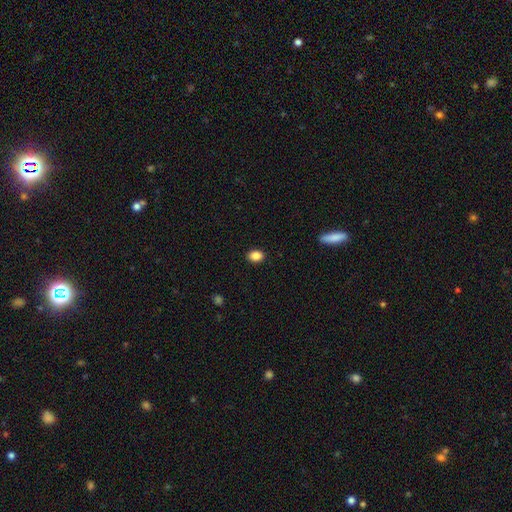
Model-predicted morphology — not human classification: Smooth or featured? smooth (87%)
How rounded? in between (65%)
Merging? none (90%)